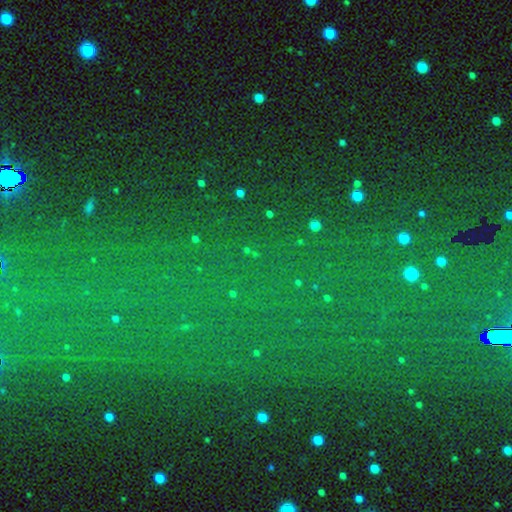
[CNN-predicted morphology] Overall: star or artifact (80%).